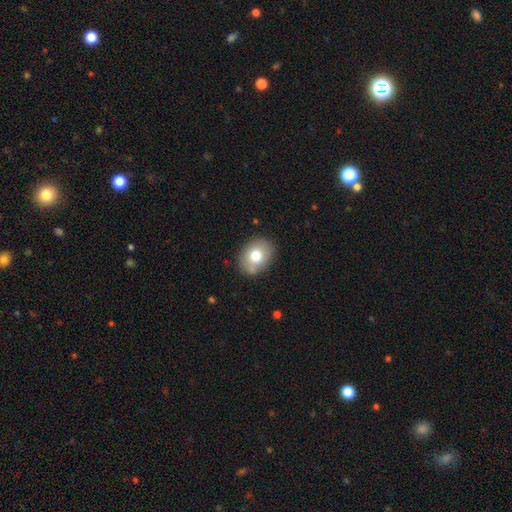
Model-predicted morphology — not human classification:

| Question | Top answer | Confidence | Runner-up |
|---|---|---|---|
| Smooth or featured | smooth | 73% | featured or disk (18%) |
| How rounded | in between | 59% | round (40%) |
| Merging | none | 81% | minor disturbance (13%) |